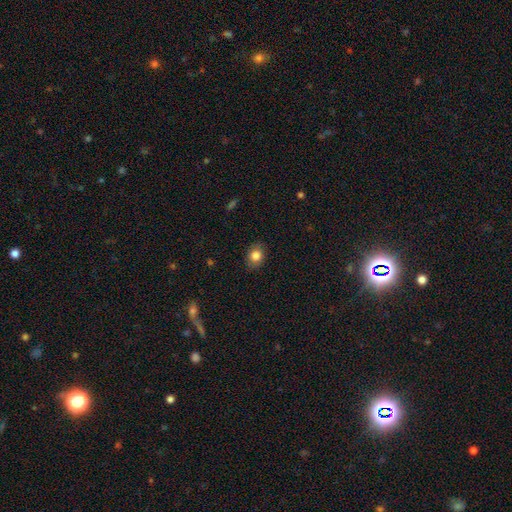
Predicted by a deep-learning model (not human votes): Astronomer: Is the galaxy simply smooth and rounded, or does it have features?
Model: smooth — 82%.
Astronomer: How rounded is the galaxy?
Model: in between — 54% (runner-up: round, 45%).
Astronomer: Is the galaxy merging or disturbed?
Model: none — 84%.